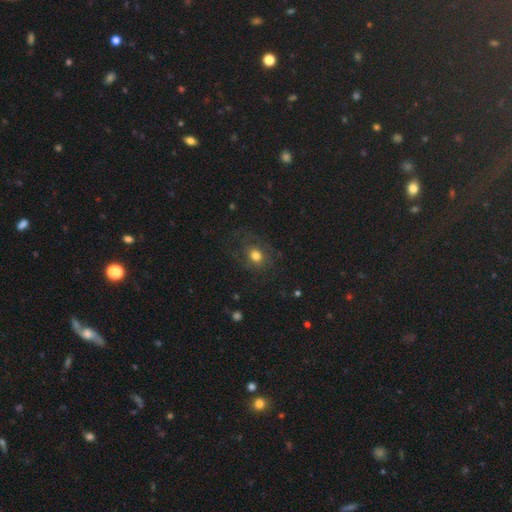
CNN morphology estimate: Smooth or featured: smooth — 55% (featured or disk — 30%)
How rounded: round — 65% (in between — 34%)
Merging: none — 67% (minor disturbance — 17%)